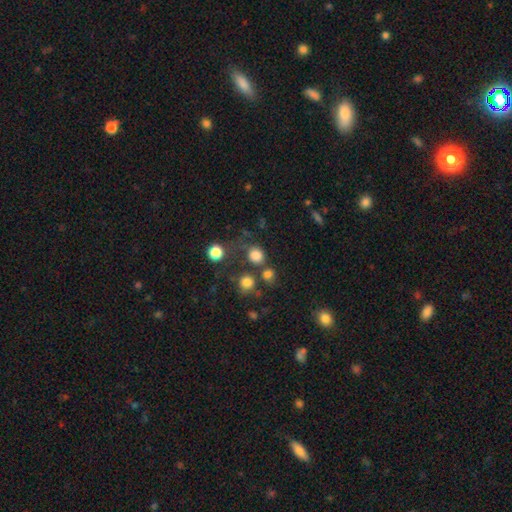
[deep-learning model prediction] A smooth galaxy with no disk features (79%) that is round (81%). Merging: none (65%).